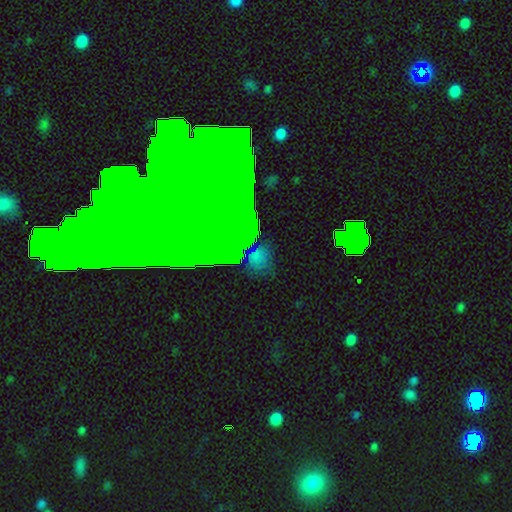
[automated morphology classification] A star or artifact, not a galaxy (54%).

Vote fractions:
- Smooth or featured? star or artifact: 54% / featured or disk: 24% / smooth: 22%